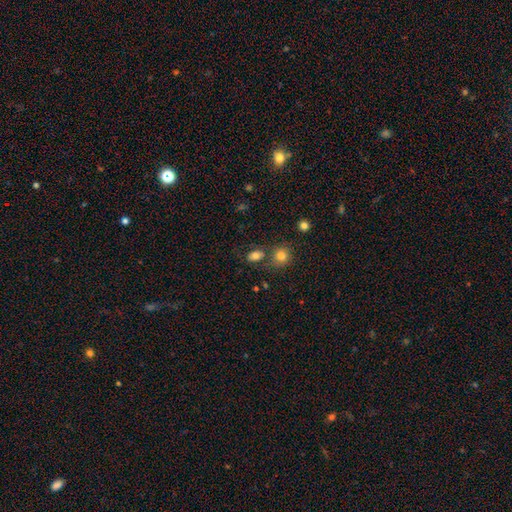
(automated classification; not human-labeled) This is likely a smooth galaxy (79%). How rounded: likely in between (72%). Merging: likely none (62%).